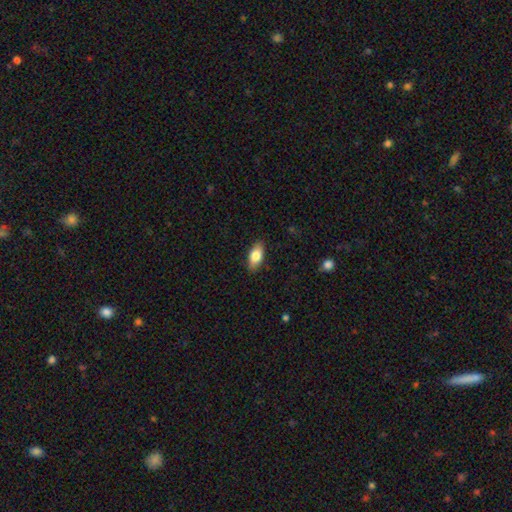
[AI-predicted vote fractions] Overall: smooth (79%). How rounded: in between (88%). Merging: none (88%).